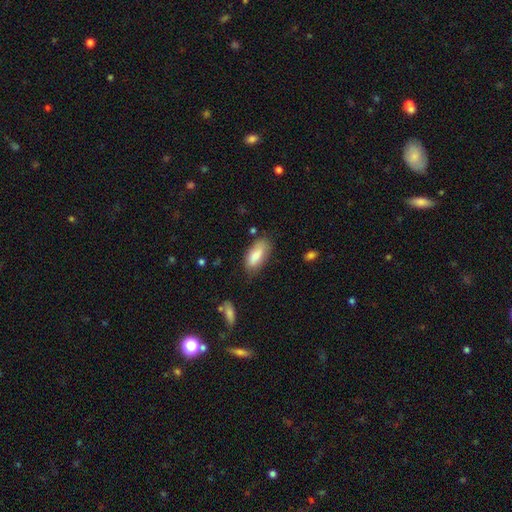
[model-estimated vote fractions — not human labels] The model was most divided on "merging": none: 69%, minor disturbance: 23%, major disturbance: 5%, merger: 3%. More confident: how rounded — in between (87%); smooth or featured — smooth (81%).